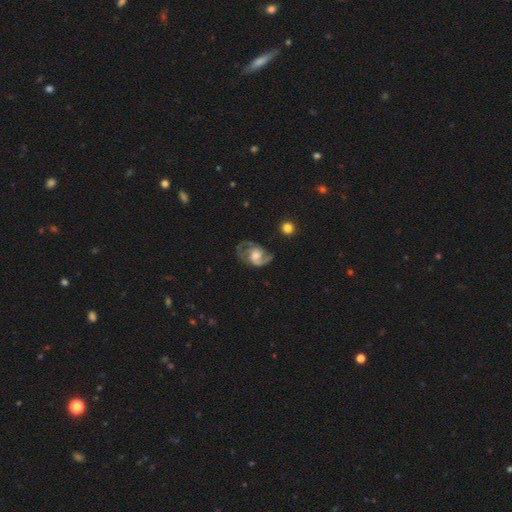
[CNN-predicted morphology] smooth-or-featured: featured or disk: 80% | smooth: 14% | star or artifact: 6%
  disk-edge-on: no: 97% | yes: 3%
    bar: no: 57% | weak: 35% | strong: 8%
    has-spiral-arms: yes: 91% | no: 9%
      spiral-winding: medium: 51% | loose: 30% | tight: 19%
      spiral-arm-count: 2: 80% | can't tell: 7% | 1: 7% | 3: 4% | 4: 1% | more than 4: 1%
    bulge-size: moderate: 48% | large: 26% | small: 18% | none: 6% | dominant: 2%
  merging: none: 57% | minor disturbance: 20% | major disturbance: 20% | merger: 2%